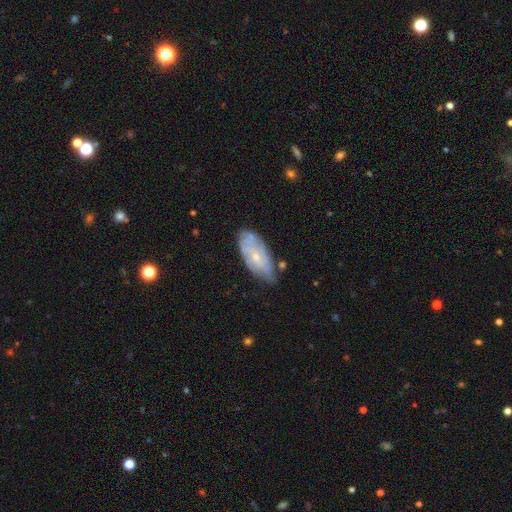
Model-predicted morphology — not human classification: smooth-or-featured: featured or disk: 64% | smooth: 29% | star or artifact: 7%
  disk-edge-on: no: 91% | yes: 9%
    bar: no: 73% | weak: 23% | strong: 4%
    has-spiral-arms: yes: 65% | no: 35%
    bulge-size: small: 67% | moderate: 28% | none: 3% | large: 1% | dominant: 1%
  merging: none: 60% | minor disturbance: 29% | major disturbance: 8% | merger: 4%